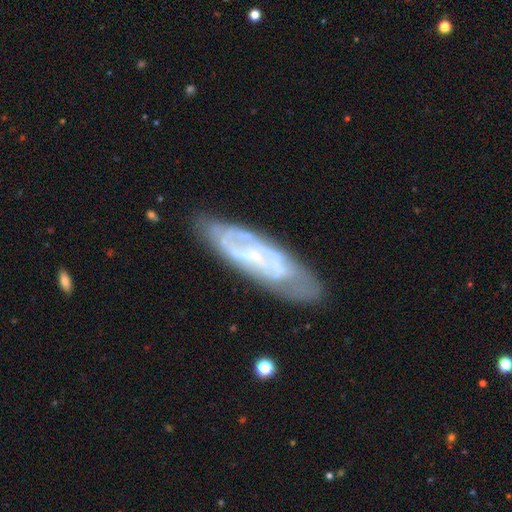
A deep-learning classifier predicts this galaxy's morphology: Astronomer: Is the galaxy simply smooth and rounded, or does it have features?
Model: featured or disk — 74%.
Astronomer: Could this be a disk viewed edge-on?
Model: no — 79%.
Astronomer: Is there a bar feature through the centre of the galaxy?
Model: no — 48% (runner-up: weak, 35%).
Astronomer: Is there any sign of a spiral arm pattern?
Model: yes — 77%.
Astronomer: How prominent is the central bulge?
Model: small — 62%.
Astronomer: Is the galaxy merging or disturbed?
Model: none — 73%.